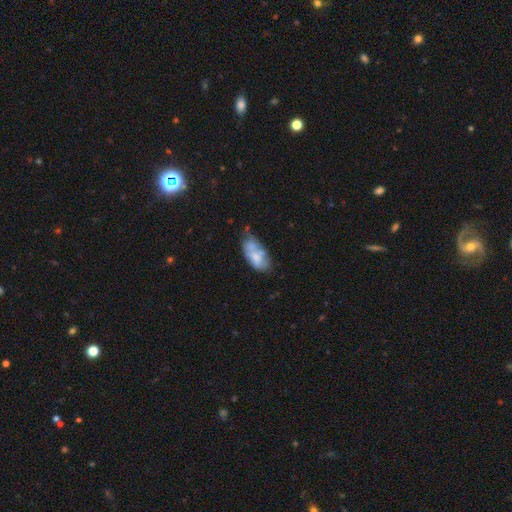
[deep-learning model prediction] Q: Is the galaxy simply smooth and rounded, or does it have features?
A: smooth — 59%.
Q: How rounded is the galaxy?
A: in between — 92%.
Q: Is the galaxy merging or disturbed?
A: none — 38%.